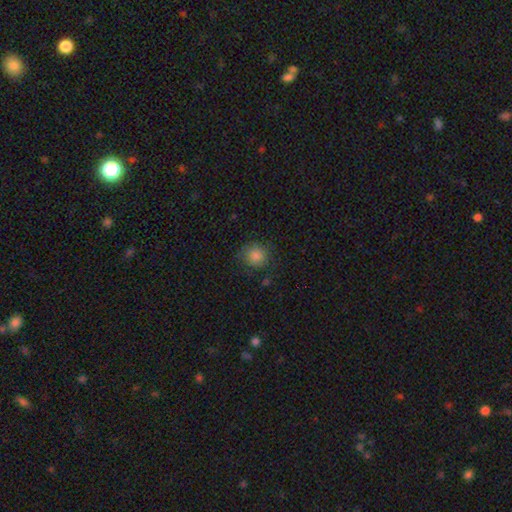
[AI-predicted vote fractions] Overall: smooth (83%). How rounded: round (88%). Merging: none (80%).